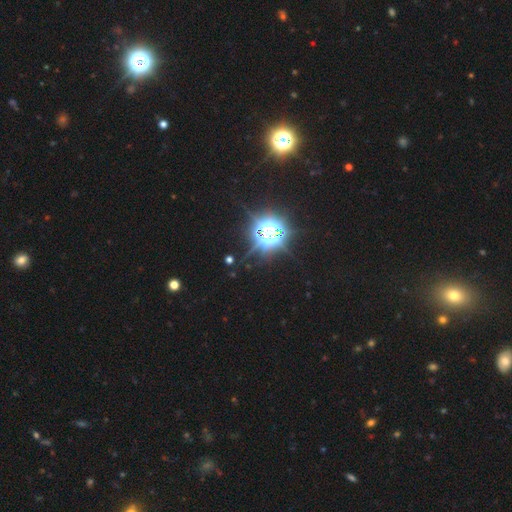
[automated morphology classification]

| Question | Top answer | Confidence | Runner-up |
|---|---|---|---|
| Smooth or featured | star or artifact | 79% | smooth (15%) |